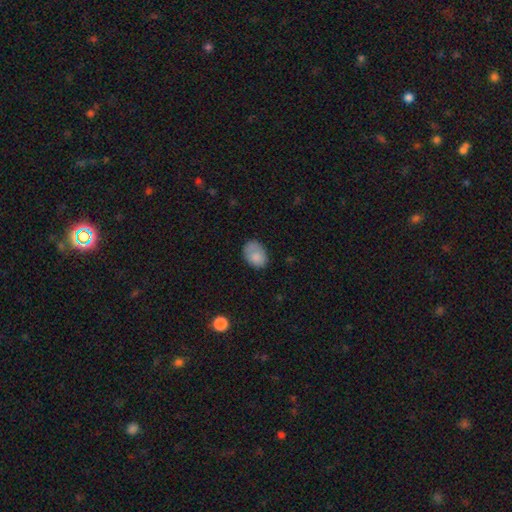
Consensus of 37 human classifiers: A smooth galaxy with no disk features (73%) that is in between round and cigar-shaped (70%).

Vote fractions:
- Smooth or featured? smooth: 73% / featured or disk: 24% / star or artifact: 3%
- How rounded? in between: 70% / round: 30% / cigar-shaped: 0%
- Merging? none: 44% / minor disturbance: 39% / major disturbance: 14% / merger: 3%